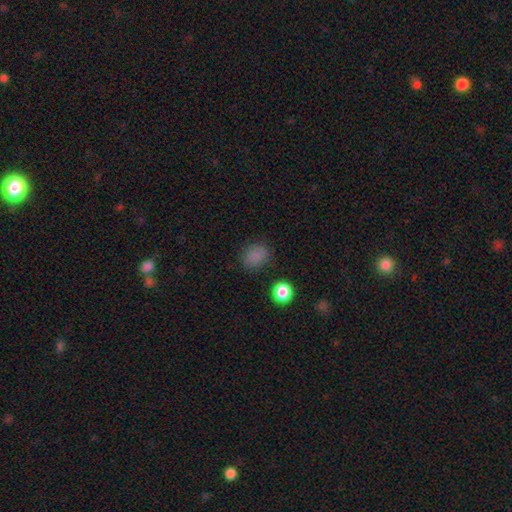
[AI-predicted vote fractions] Smooth or featured?
  - smooth: 80% *
  - star or artifact: 16%
  - featured or disk: 4%
How rounded?
  - round: 64% *
  - in between: 35%
  - cigar-shaped: 1%
Merging?
  - none: 81% *
  - minor disturbance: 13%
  - major disturbance: 4%
  - merger: 2%